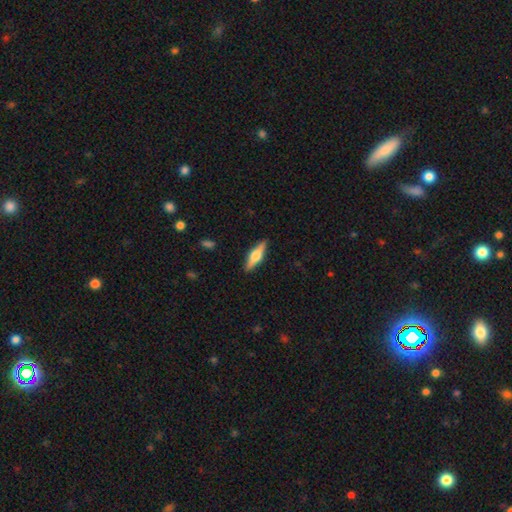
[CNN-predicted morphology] Q: Smooth or featured?
A: featured or disk (56%); runner-up: smooth (39%)
Q: Edge-on disk?
A: yes (95%); runner-up: no (5%)
Q: Edge-on bulge?
A: rounded (92%); runner-up: boxy (6%)
Q: Merging?
A: none (90%); runner-up: minor disturbance (8%)